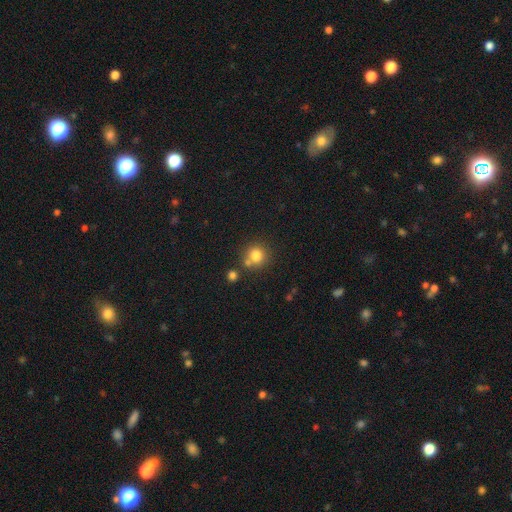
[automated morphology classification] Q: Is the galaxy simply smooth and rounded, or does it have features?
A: smooth — 79%.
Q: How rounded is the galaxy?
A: round — 89%.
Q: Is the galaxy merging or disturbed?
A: none — 65%.